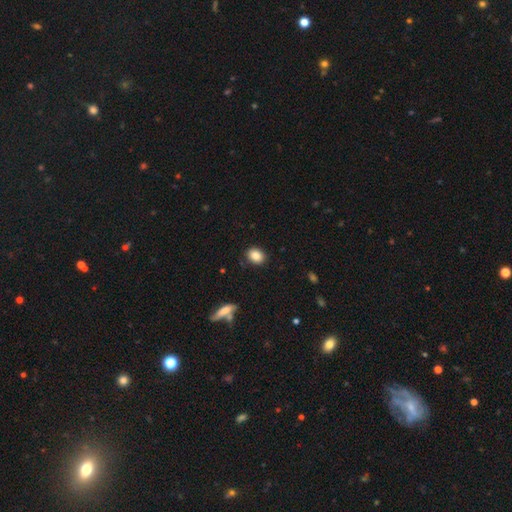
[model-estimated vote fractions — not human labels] This appears to be a smooth galaxy with no disk features (86%) that is in between round and cigar-shaped (56%). Merging: none (87%).